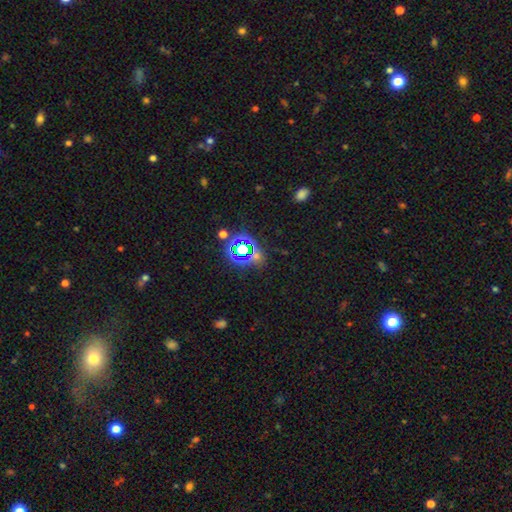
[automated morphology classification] This appears to be a star or artifact, not a galaxy (66%).